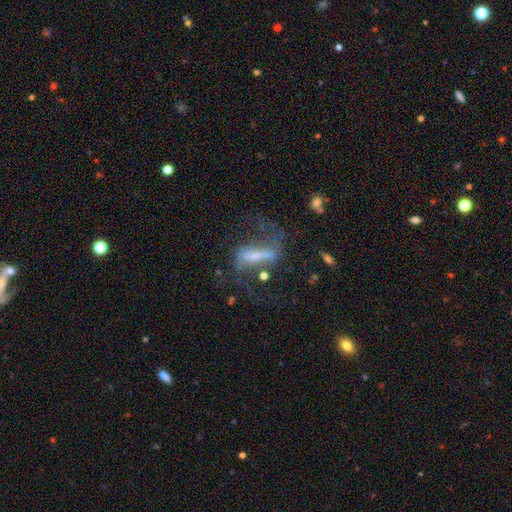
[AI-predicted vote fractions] The model was most divided on "merging": none: 43%, major disturbance: 35%, minor disturbance: 16%, merger: 6%. Remaining: edge-on disk — no (80%); spiral arms — yes (76%); smooth or featured — featured or disk (69%); bar — strong (67%); bulge size — small (40%).